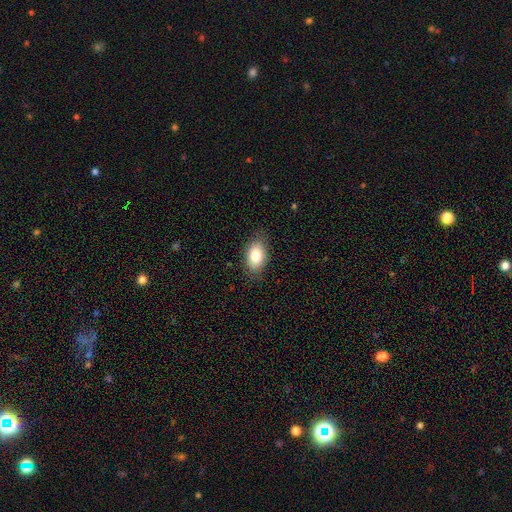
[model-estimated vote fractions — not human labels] This is clearly a smooth galaxy (83%). How rounded: clearly in between (92%). Merging: clearly none (82%).